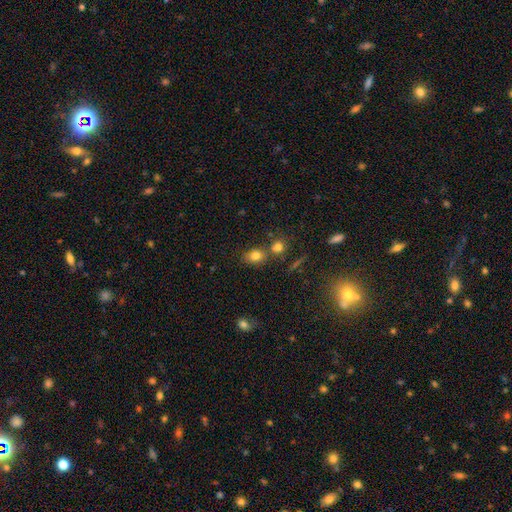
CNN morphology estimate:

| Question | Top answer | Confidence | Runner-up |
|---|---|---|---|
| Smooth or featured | smooth | 79% | star or artifact (12%) |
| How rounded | in between | 66% | round (32%) |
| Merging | none | 61% | merger (23%) |